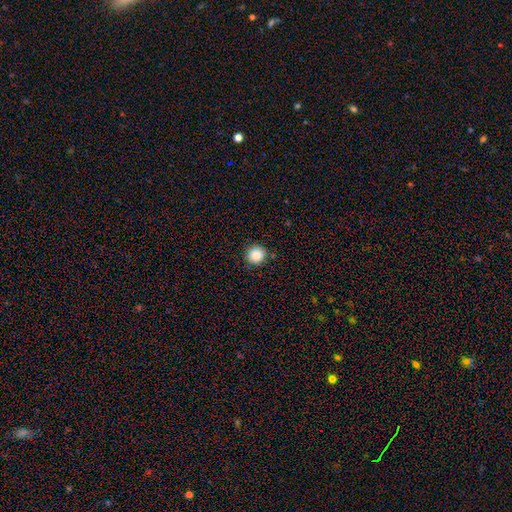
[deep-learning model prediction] Overall: smooth (86%). How rounded: round (94%). Merging: none (90%).